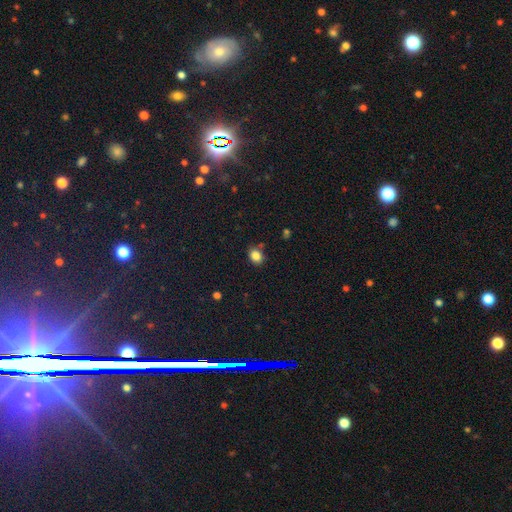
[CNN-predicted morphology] Overall: smooth (84%). How rounded: round (50%; in between 49%). Merging: none (77%).